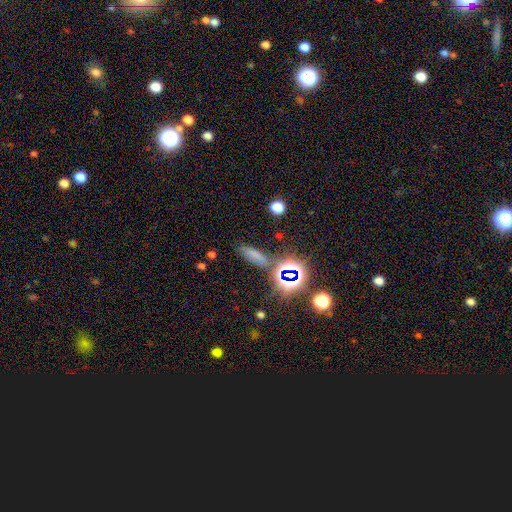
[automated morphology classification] Overall: smooth (62%; star or artifact 29%). How rounded: in between (48%; cigar-shaped 45%). Merging: none (75%).